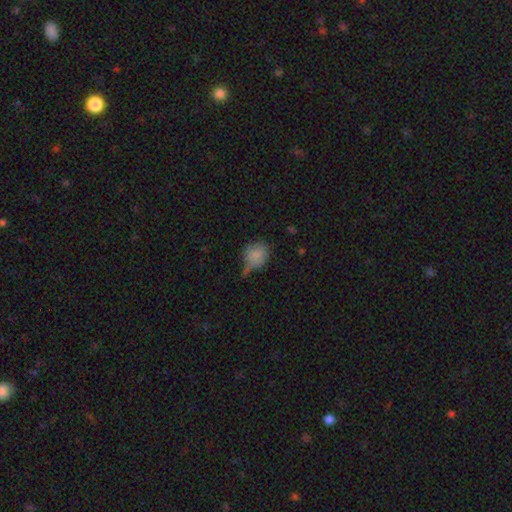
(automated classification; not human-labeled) Q: Smooth or featured?
A: smooth (79%); runner-up: featured or disk (12%)
Q: How rounded?
A: round (76%); runner-up: in between (23%)
Q: Merging?
A: none (39%); runner-up: minor disturbance (36%)